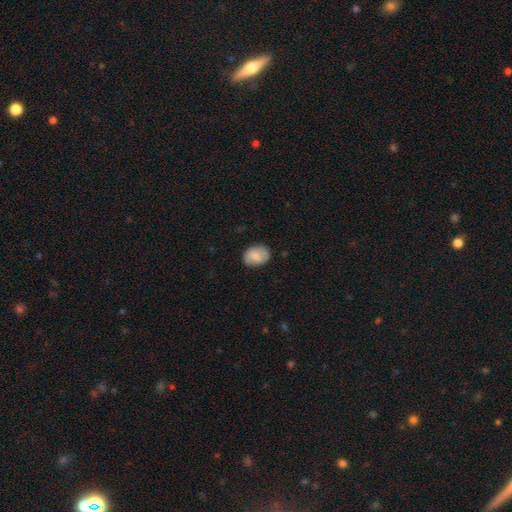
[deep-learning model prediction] A smooth galaxy with no disk features (80%) that is in between round and cigar-shaped (74%). Merging: none (80%).